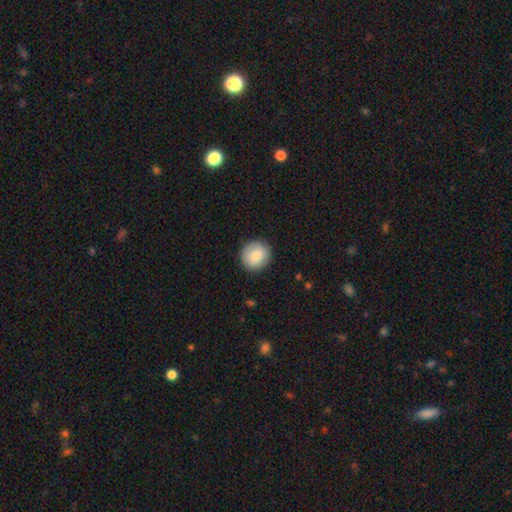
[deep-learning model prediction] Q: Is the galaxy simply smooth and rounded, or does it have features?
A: smooth — 82%.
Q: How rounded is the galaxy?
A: round — 89%.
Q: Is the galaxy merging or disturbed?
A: none — 89%.